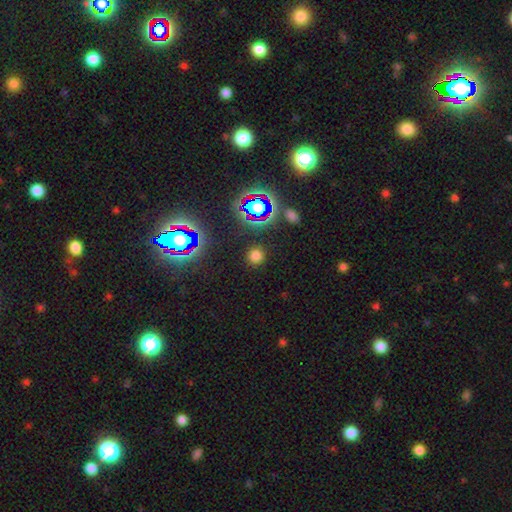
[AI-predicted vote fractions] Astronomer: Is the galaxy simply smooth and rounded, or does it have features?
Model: smooth — 68%.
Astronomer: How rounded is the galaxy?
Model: round — 93%.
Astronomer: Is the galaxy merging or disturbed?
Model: none — 89%.